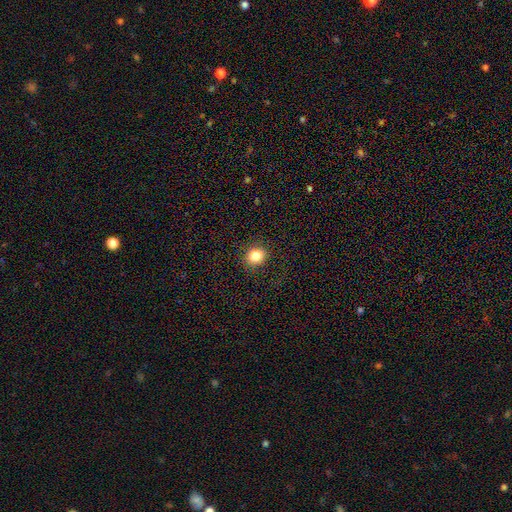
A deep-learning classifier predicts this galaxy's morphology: smooth_or_featured: smooth (p=0.82) [alt: star or artifact p=0.11]
how_rounded: round (p=0.74) [alt: in between p=0.25]
merging: none (p=0.88) [alt: minor disturbance p=0.08]